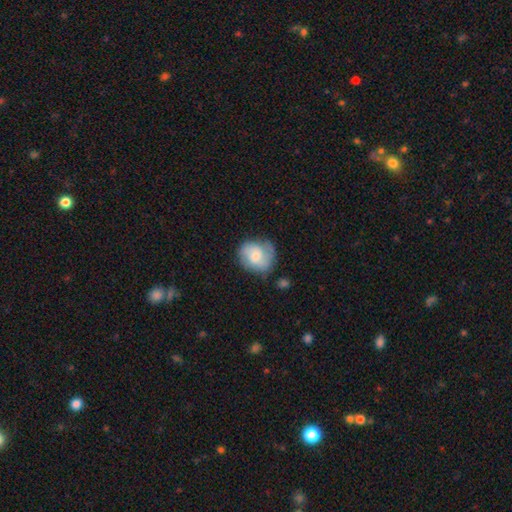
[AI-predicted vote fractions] Overall: smooth (51%; featured or disk 42%). How rounded: round (68%; in between 31%). Merging: none (60%; minor disturbance 27%).